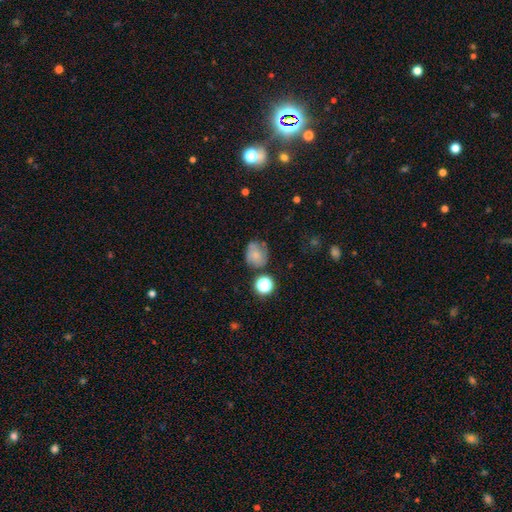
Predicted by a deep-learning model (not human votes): The model was most divided on "merging": none: 56%, minor disturbance: 26%, major disturbance: 10%, merger: 8%. More confident: how rounded — round (67%); smooth or featured — smooth (65%).